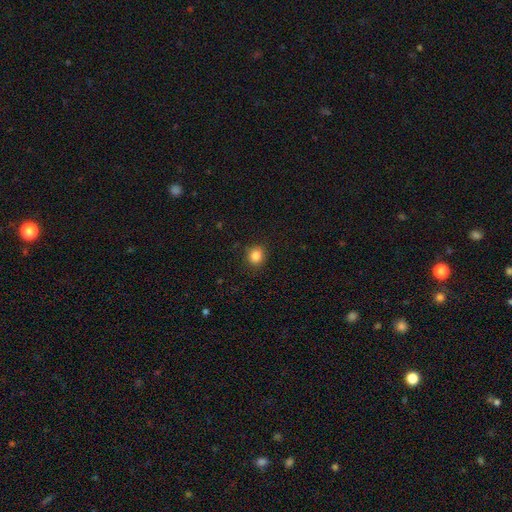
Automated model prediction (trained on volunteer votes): The model was most divided on "how rounded": round: 82%, in between: 17%, cigar-shaped: 1%. More confident: merging — none (87%); smooth or featured — smooth (85%).